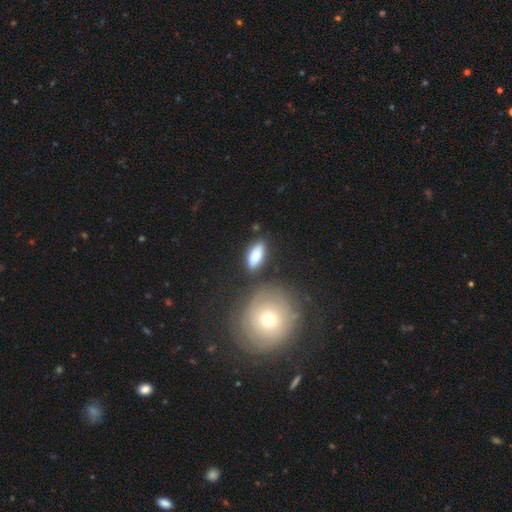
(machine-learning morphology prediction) This is clearly a smooth galaxy (82%). How rounded: clearly in between (82%). Merging: likely none (76%).